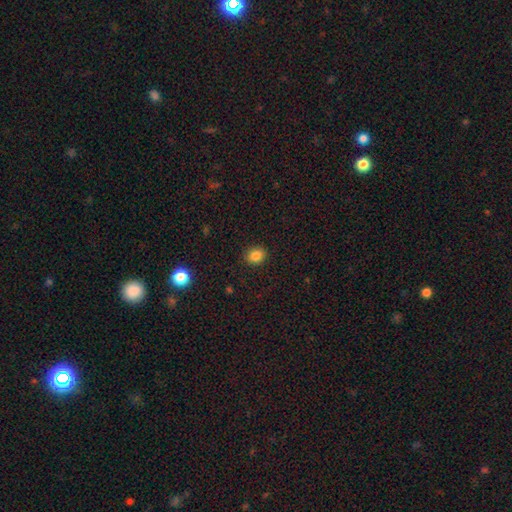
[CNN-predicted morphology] Overall: smooth (84%). How rounded: round (58%; in between 41%). Merging: none (89%).